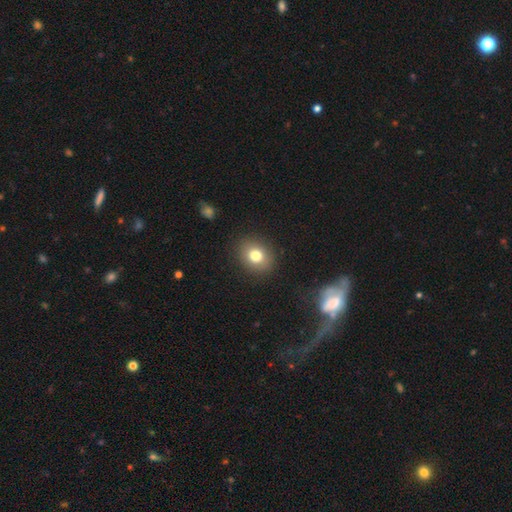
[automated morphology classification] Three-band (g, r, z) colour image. It shows a smooth galaxy with no disk features (79%) that is round (59%). Merging: none (87%).